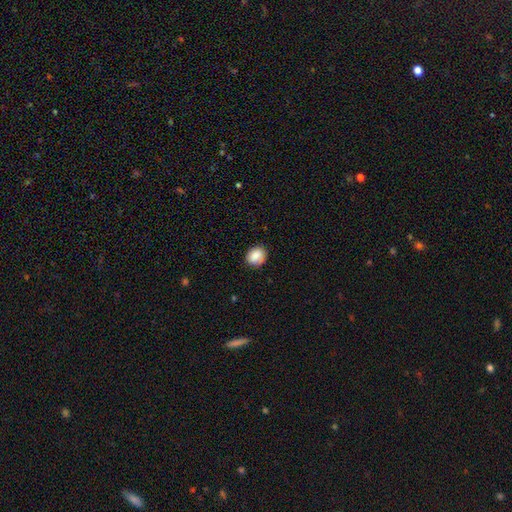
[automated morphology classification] A smooth galaxy with no disk features (85%) that is round (64%).

Vote fractions:
- Smooth or featured? smooth: 85% / star or artifact: 8% / featured or disk: 6%
- How rounded? round: 64% / in between: 36% / cigar-shaped: 1%
- Merging? none: 80% / minor disturbance: 15% / major disturbance: 3% / merger: 1%